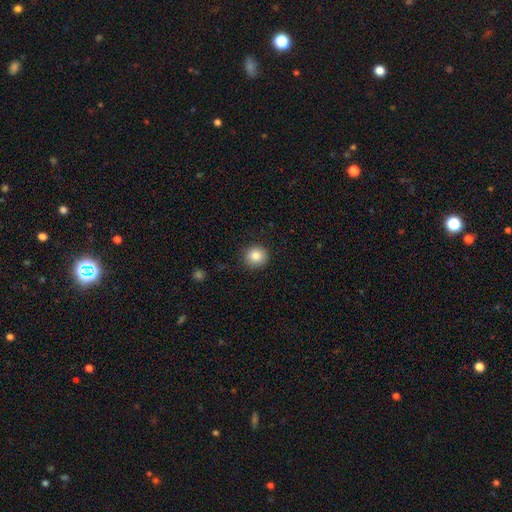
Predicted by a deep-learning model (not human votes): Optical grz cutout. It shows a smooth galaxy with no disk features (84%) that is round (91%). Merging: none (90%).